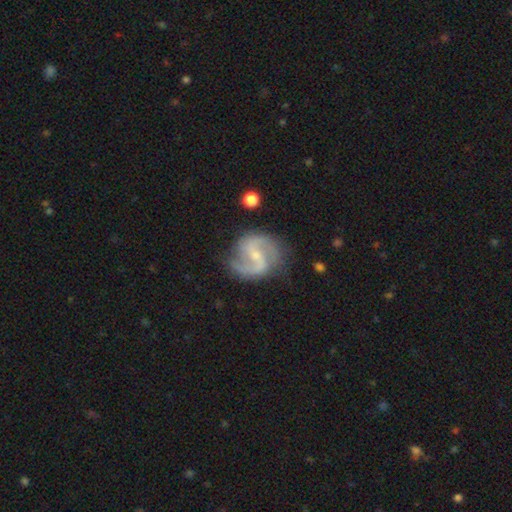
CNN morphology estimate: Smooth or featured: featured or disk — 91% (smooth — 5%)
Edge-on disk: no — 98% (yes — 2%)
Bar: weak — 49% (no — 28%)
Spiral arms: yes — 98% (no — 2%)
Spiral winding: medium — 56% (loose — 30%)
Spiral arm count: 2 — 92% (can't tell — 2%)
Bulge size: small — 69% (moderate — 24%)
Merging: none — 78% (minor disturbance — 15%)